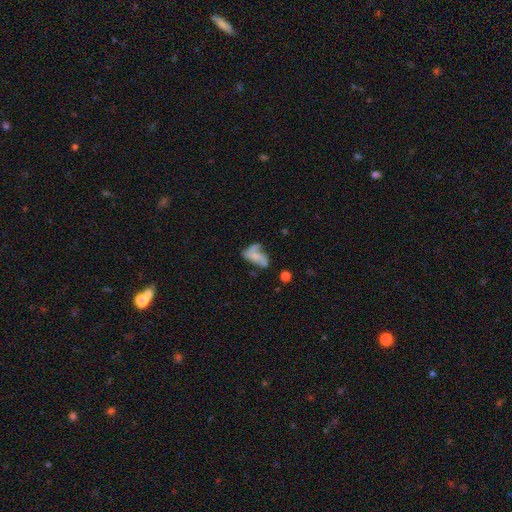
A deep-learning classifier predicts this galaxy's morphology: featured or disk 51%, smooth 38%, star or artifact 12%. Down the decision tree: edge-on disk — no (94%); merging — none (32%).